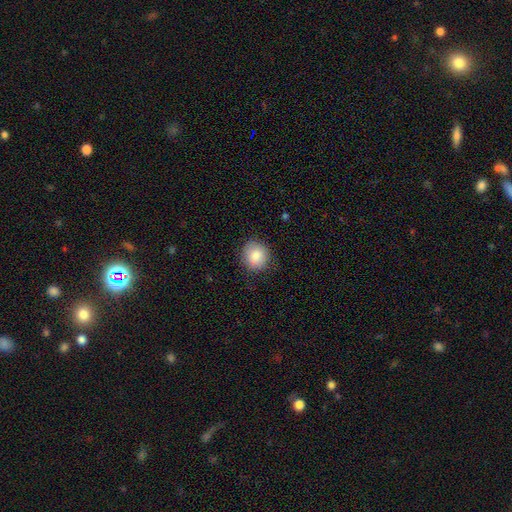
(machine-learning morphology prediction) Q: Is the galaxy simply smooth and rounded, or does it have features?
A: smooth — 85%.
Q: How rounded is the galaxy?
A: round — 84%.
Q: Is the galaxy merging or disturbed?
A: none — 83%.